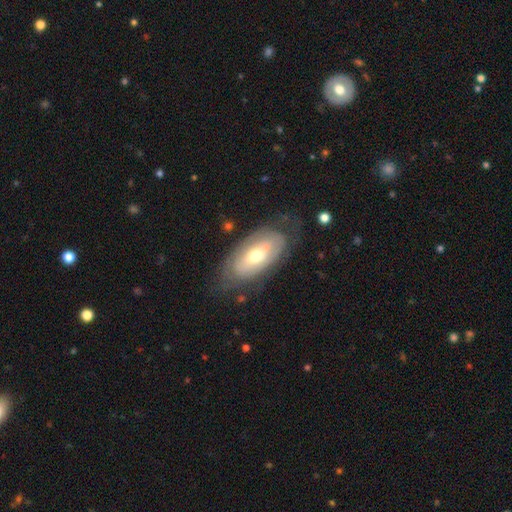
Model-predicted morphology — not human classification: Smooth or featured? featured or disk (56%)
Edge-on disk? no (87%)
Merging? none (69%)